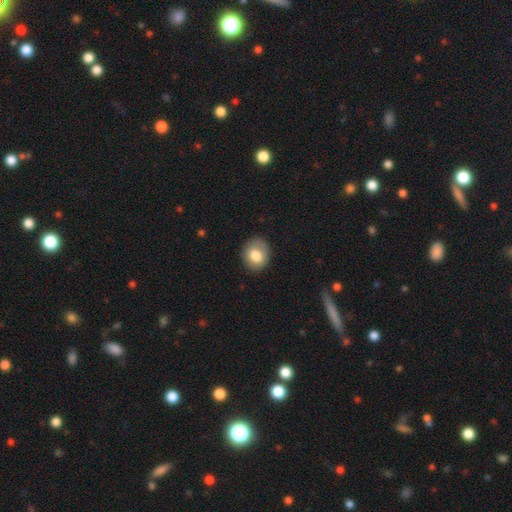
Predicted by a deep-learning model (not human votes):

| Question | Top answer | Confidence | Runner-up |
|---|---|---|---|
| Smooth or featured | smooth | 78% | featured or disk (15%) |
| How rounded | round | 60% | in between (39%) |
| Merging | none | 80% | minor disturbance (15%) |